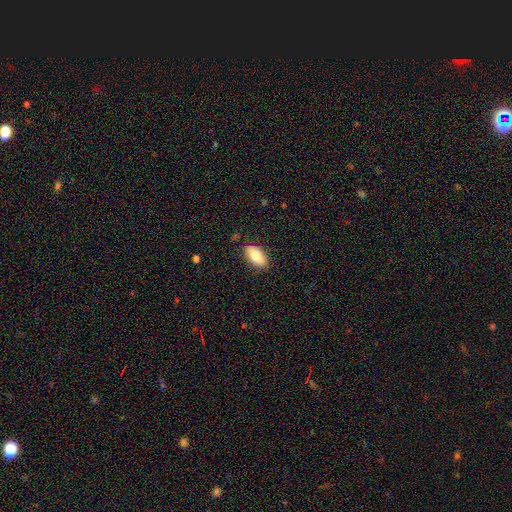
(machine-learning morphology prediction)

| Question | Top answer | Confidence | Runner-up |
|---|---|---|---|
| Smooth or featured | smooth | 79% | featured or disk (14%) |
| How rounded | in between | 90% | cigar-shaped (6%) |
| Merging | none | 85% | minor disturbance (12%) |